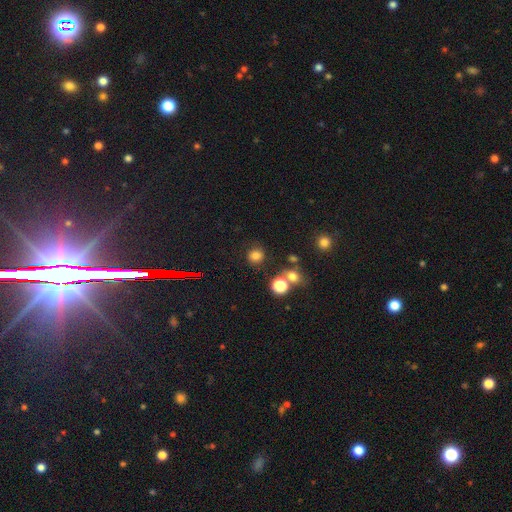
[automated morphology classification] This appears to be a smooth galaxy with no disk features (77%) that is round (85%). Merging: none (81%).